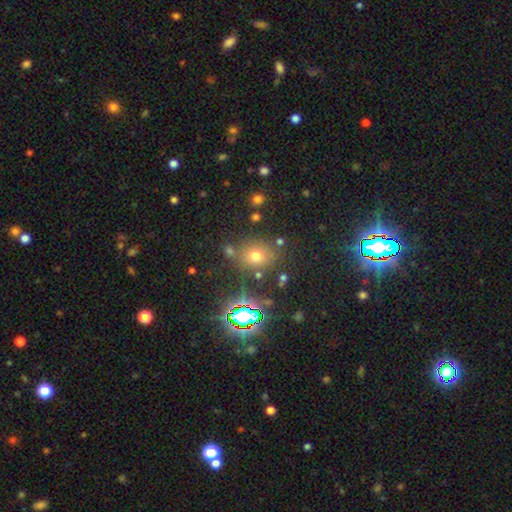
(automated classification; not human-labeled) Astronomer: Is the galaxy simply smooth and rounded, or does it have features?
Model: smooth — 64%.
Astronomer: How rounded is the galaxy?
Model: round — 71%.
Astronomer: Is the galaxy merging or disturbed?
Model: none — 76%.